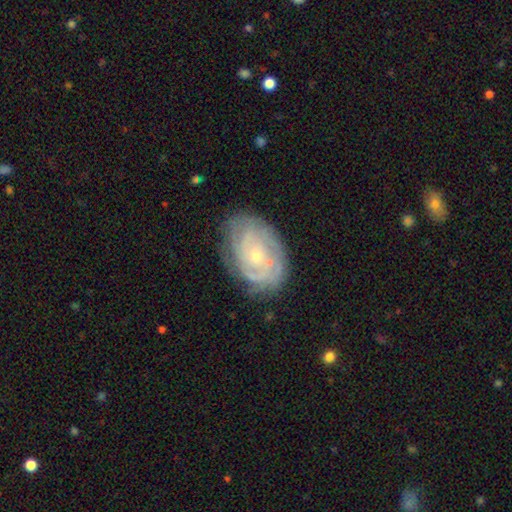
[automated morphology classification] featured or disk 77%, smooth 17%, star or artifact 6%. Down the decision tree: edge-on disk — no (96%); bar — no (81%); spiral arms — yes (87%); spiral arm count — can't tell (48%); spiral winding — tight (73%); bulge size — small (70%); merging — none (73%).